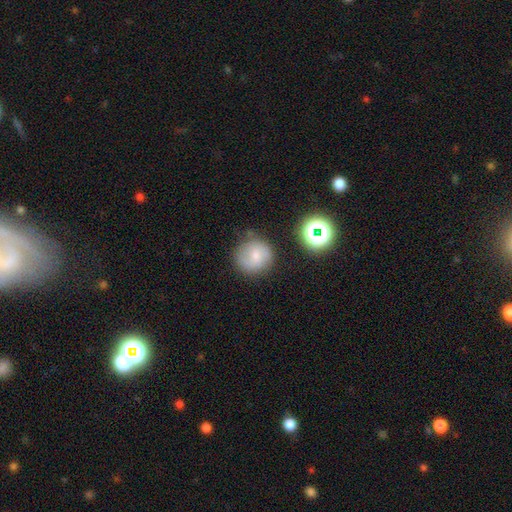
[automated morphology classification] A smooth galaxy with no disk features (65%) that is round (89%). Merging: none (71%).